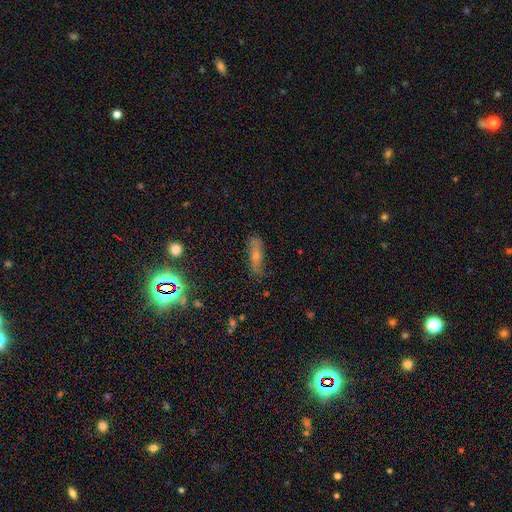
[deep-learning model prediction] This appears to be a featured or disk galaxy (40%). Merging: none (75%).